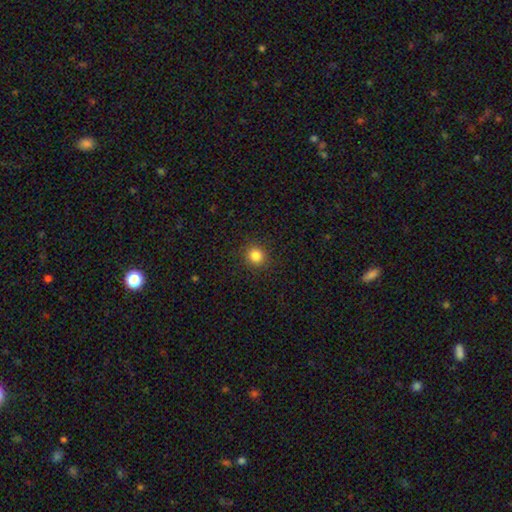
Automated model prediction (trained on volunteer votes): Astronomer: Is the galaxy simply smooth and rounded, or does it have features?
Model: smooth — 84%.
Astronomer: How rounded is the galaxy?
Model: round — 89%.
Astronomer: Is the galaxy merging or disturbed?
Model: none — 91%.